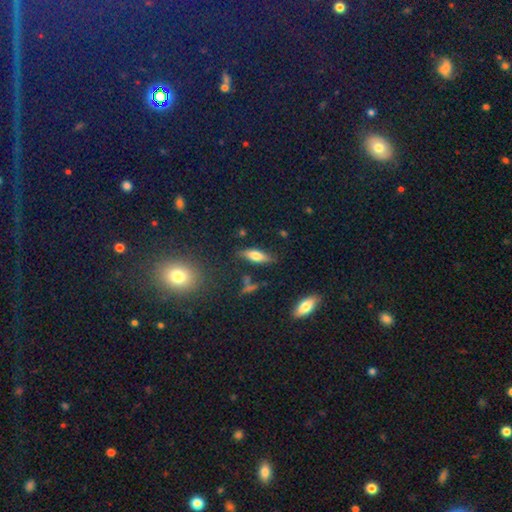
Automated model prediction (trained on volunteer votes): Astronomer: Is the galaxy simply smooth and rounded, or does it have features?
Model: smooth — 67%.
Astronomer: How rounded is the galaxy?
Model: in between — 60% (runner-up: cigar-shaped, 37%).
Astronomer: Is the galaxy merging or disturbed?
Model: none — 77%.